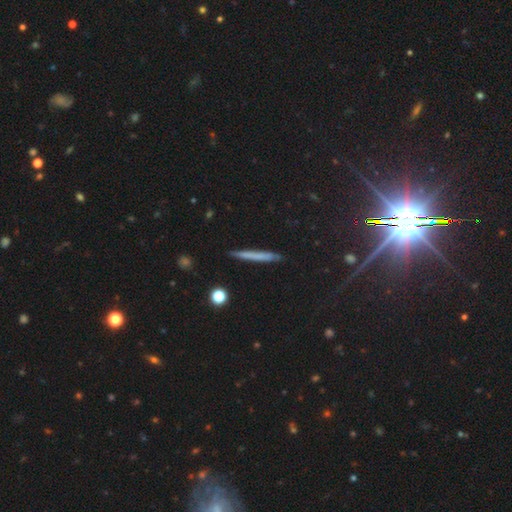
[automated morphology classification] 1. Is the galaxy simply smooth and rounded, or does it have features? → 60% smooth, 31% featured or disk, 9% star or artifact.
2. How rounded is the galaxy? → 96% cigar-shaped, 2% in between, 2% round.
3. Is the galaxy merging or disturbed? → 89% none, 8% minor disturbance, 2% major disturbance, 1% merger.